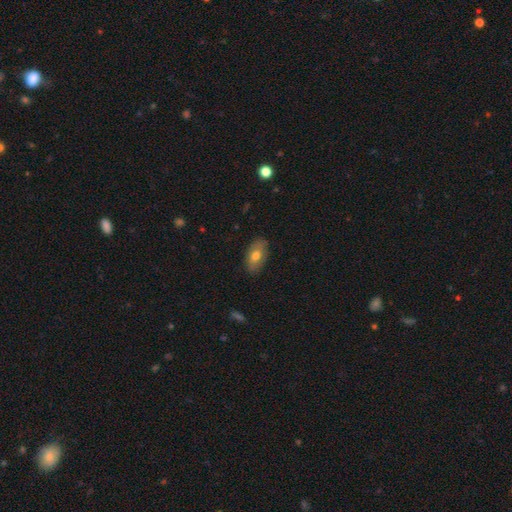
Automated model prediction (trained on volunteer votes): Smooth or featured? smooth (68%)
How rounded? in between (91%)
Merging? none (83%)